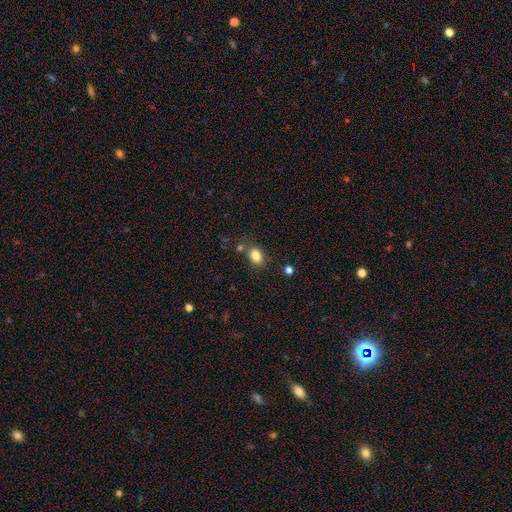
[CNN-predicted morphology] Smooth or featured? Predicted: smooth (p=0.84). How rounded? Predicted: in between (p=0.73). Merging? Predicted: none (p=0.74).